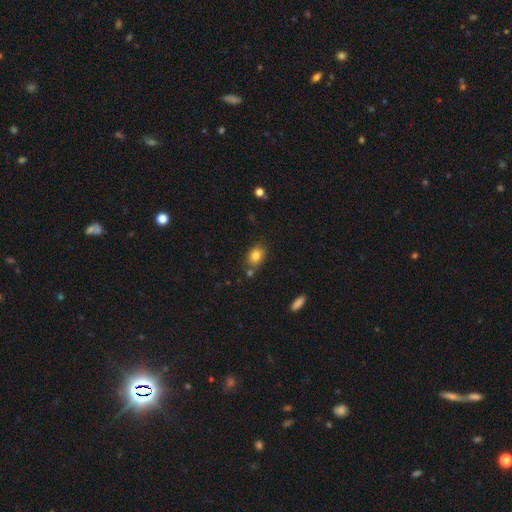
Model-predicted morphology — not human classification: A smooth galaxy with no disk features (82%) that is in between round and cigar-shaped (63%).

Vote fractions:
- Smooth or featured? smooth: 82% / star or artifact: 10% / featured or disk: 8%
- How rounded? in between: 63% / round: 36% / cigar-shaped: 1%
- Merging? none: 74% / minor disturbance: 14% / merger: 9% / major disturbance: 3%